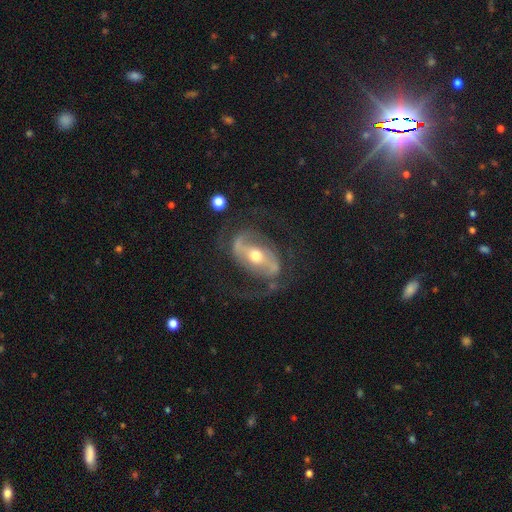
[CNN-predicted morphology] Smooth or featured? Predicted: featured or disk (p=0.85). Edge-on disk? Predicted: no (p=0.95). Bar? Predicted: strong (p=0.51). Spiral arms? Predicted: yes (p=0.86). Spiral winding? Predicted: medium (p=0.48). Spiral arm count? Predicted: 2 (p=0.88). Bulge size? Predicted: moderate (p=0.69). Merging? Predicted: none (p=0.66).